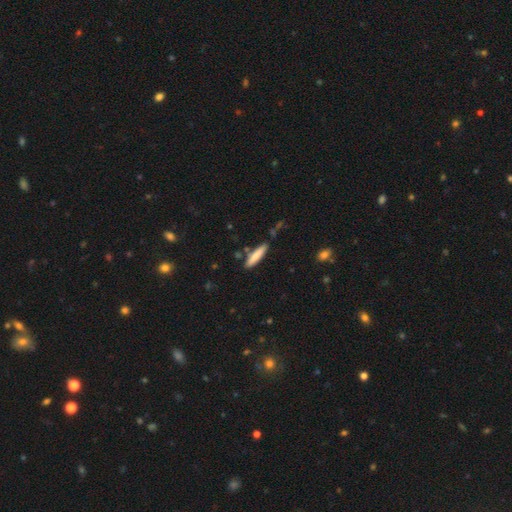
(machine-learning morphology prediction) Smooth or featured? smooth (77%)
How rounded? cigar-shaped (82%)
Merging? none (81%)